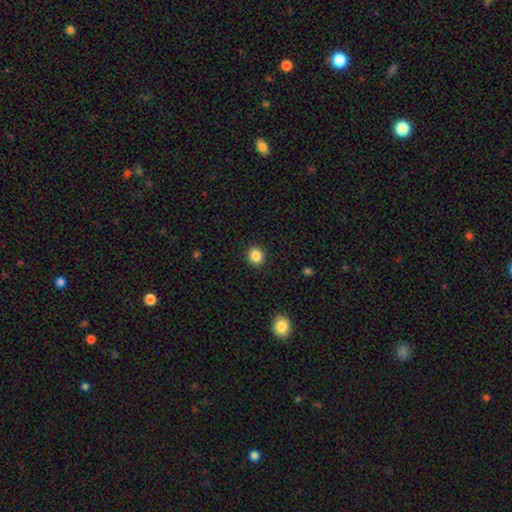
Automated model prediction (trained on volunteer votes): This is clearly a smooth galaxy (86%). How rounded: clearly round (87%). Merging: clearly none (91%).